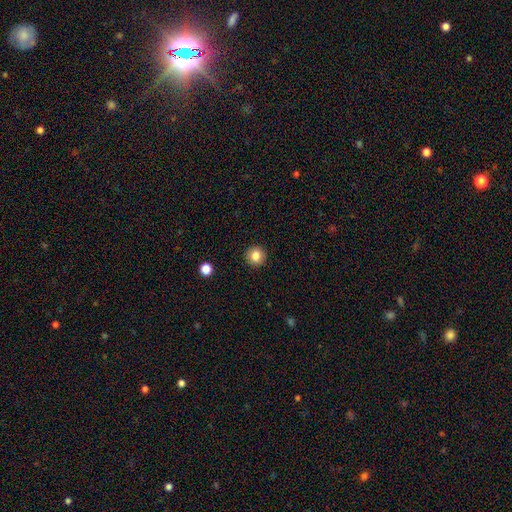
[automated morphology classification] smooth-or-featured: smooth: 84% | star or artifact: 10% | featured or disk: 5%
  how-rounded: round: 94% | in between: 5% | cigar-shaped: 1%
  merging: none: 92% | minor disturbance: 5% | major disturbance: 2% | merger: 1%